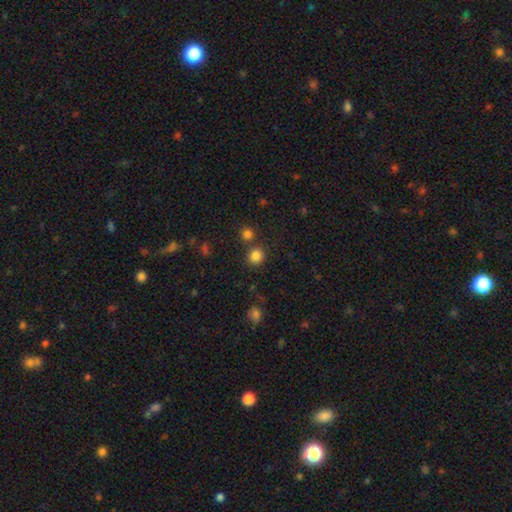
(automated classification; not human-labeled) This appears to be a smooth galaxy with no disk features (83%) that is round (90%). Merging: none (79%).